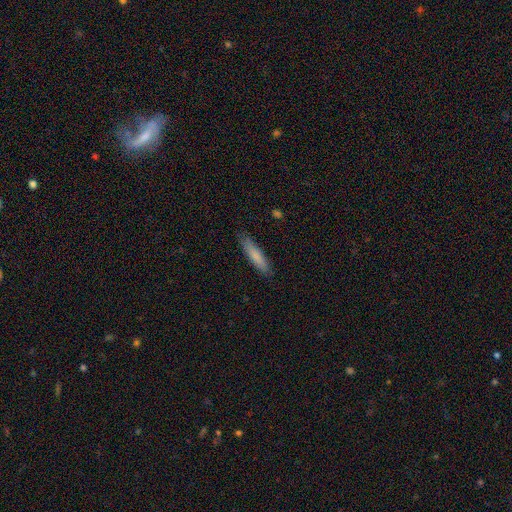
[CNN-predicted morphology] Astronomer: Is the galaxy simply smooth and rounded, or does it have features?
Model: smooth — 80%.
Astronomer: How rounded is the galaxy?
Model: cigar-shaped — 84%.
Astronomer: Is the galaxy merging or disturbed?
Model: none — 86%.